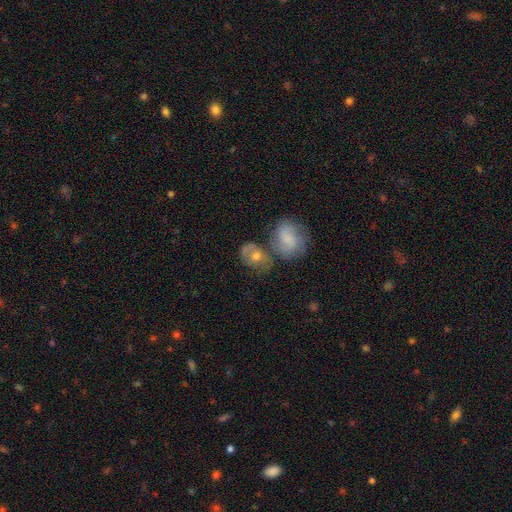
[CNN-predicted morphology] Smooth or featured? Predicted: smooth (p=0.49). Merging? Predicted: none (p=0.43).